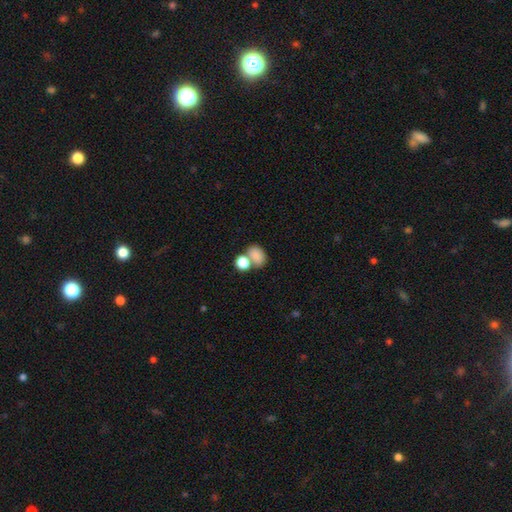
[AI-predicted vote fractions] Smooth or featured? smooth (81%)
How rounded? in between (65%)
Merging? none (43%)